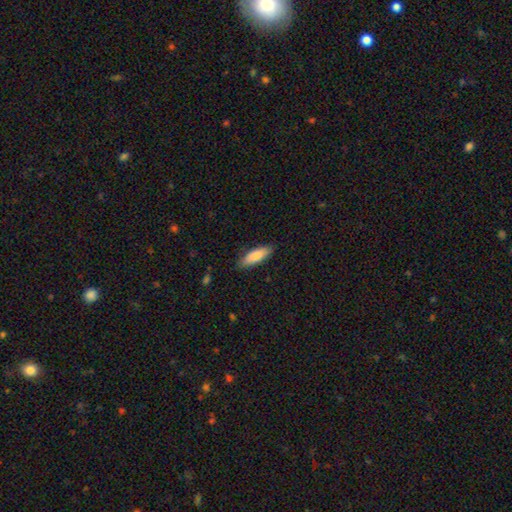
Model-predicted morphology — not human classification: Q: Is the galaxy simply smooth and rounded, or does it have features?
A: smooth — 84%.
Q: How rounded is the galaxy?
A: in between — 53%.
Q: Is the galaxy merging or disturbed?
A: none — 86%.